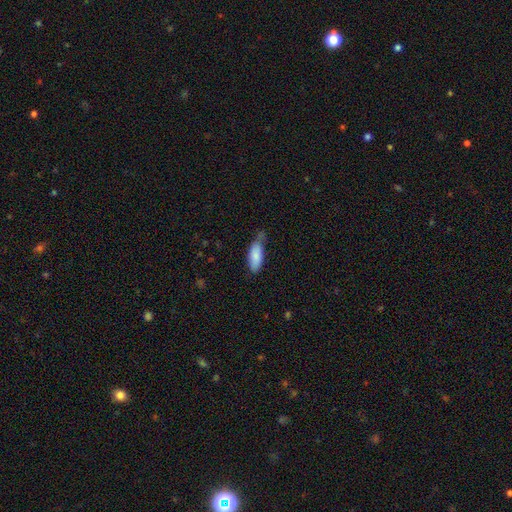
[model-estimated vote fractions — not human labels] Smooth or featured? Predicted: smooth (p=0.84). How rounded? Predicted: in between (p=0.73). Merging? Predicted: none (p=0.49).